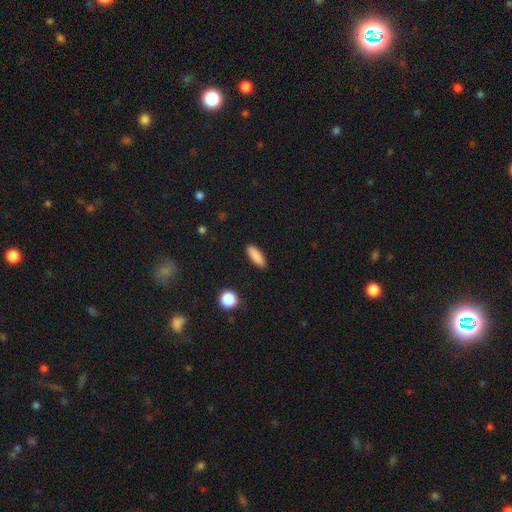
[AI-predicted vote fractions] Smooth or featured? Predicted: smooth (p=0.88). How rounded? Predicted: in between (p=0.54). Merging? Predicted: none (p=0.89).